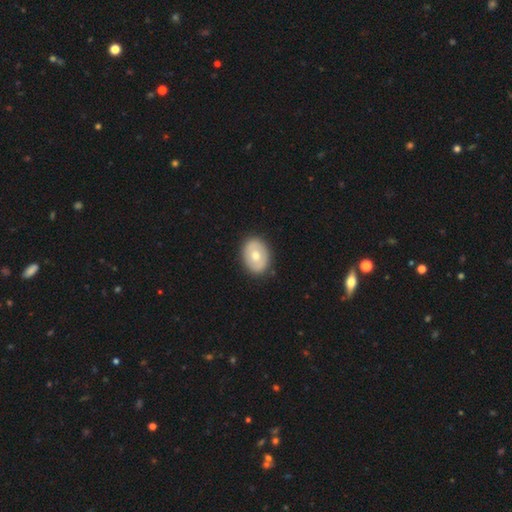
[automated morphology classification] Smooth or featured?
  - smooth: 60% *
  - featured or disk: 35%
  - star or artifact: 6%
How rounded?
  - in between: 66% *
  - round: 33%
  - cigar-shaped: 1%
Merging?
  - none: 87% *
  - minor disturbance: 9%
  - major disturbance: 2%
  - merger: 1%